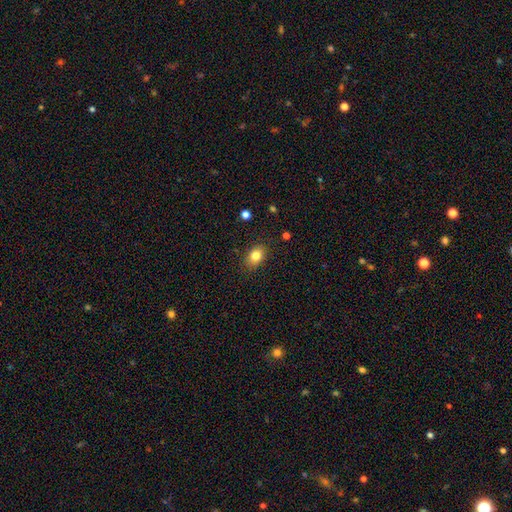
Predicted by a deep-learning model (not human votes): Smooth or featured: smooth — 82% (star or artifact — 10%)
How rounded: in between — 75% (round — 24%)
Merging: none — 86% (minor disturbance — 10%)